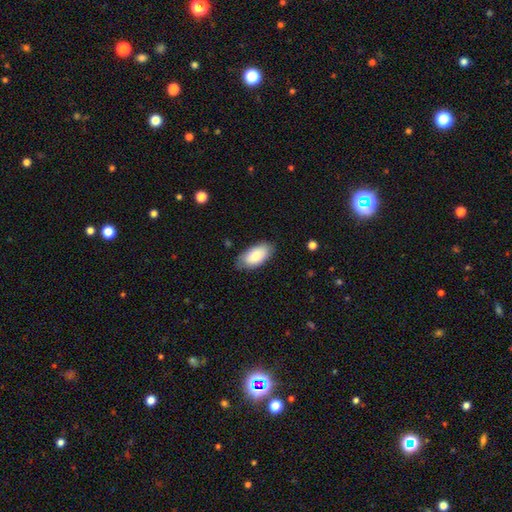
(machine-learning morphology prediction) Smooth or featured? smooth (82%)
How rounded? in between (95%)
Merging? none (77%)